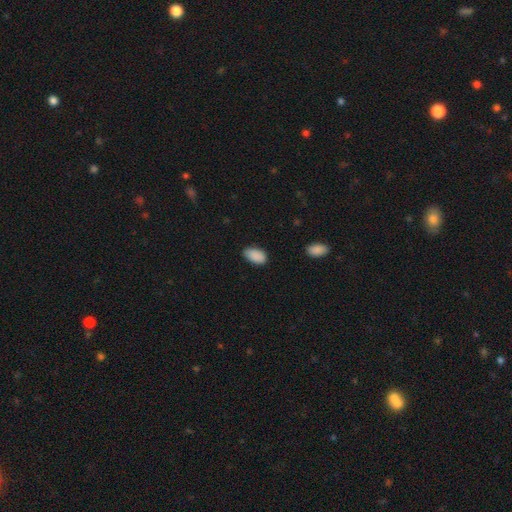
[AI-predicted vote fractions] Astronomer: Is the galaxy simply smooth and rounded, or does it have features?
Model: smooth — 90%.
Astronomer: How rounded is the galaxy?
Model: in between — 94%.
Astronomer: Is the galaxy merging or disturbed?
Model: none — 78%.